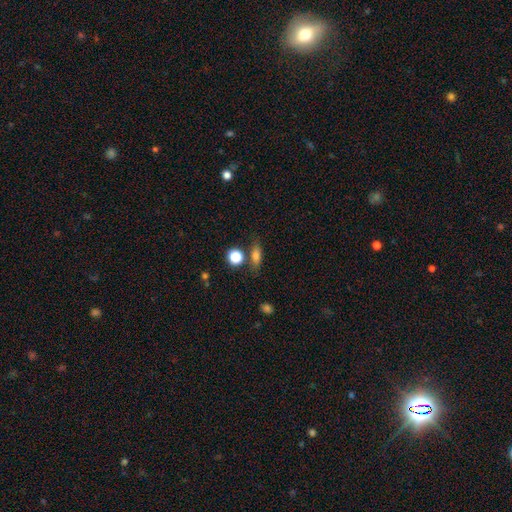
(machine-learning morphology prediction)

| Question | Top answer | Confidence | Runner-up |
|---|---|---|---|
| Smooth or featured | smooth | 74% | featured or disk (13%) |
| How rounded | in between | 56% | cigar-shaped (26%) |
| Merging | none | 72% | minor disturbance (14%) |